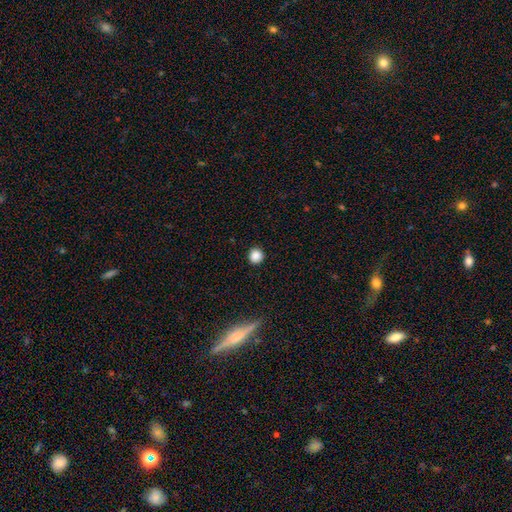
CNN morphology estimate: Q: Smooth or featured?
A: smooth (86%); runner-up: star or artifact (11%)
Q: How rounded?
A: round (93%); runner-up: in between (5%)
Q: Merging?
A: none (91%); runner-up: minor disturbance (6%)